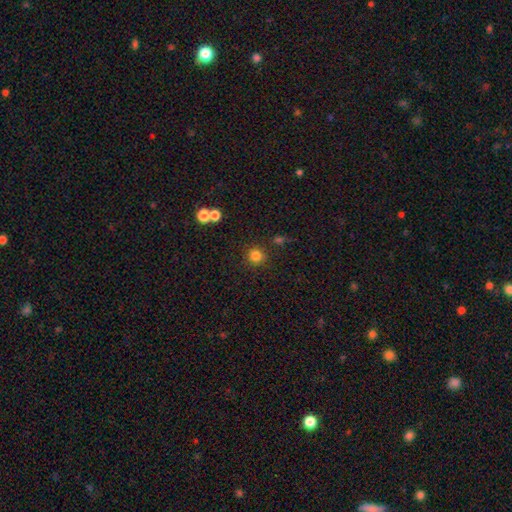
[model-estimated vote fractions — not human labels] Smooth or featured? smooth (81%)
How rounded? round (92%)
Merging? none (84%)